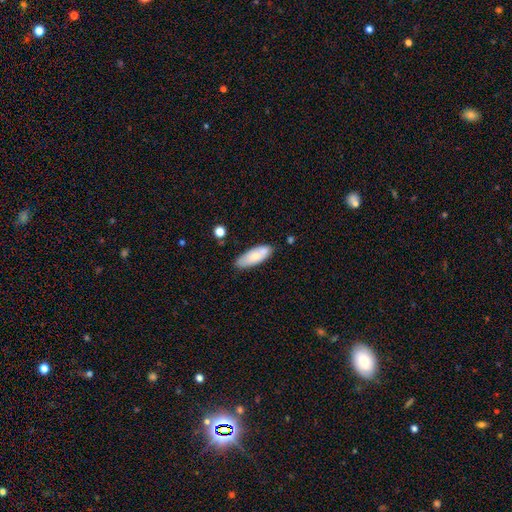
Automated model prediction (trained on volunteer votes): The model was most divided on "how rounded": in between: 73%, cigar-shaped: 25%, round: 2%. More confident: smooth or featured — smooth (74%); merging — none (72%).